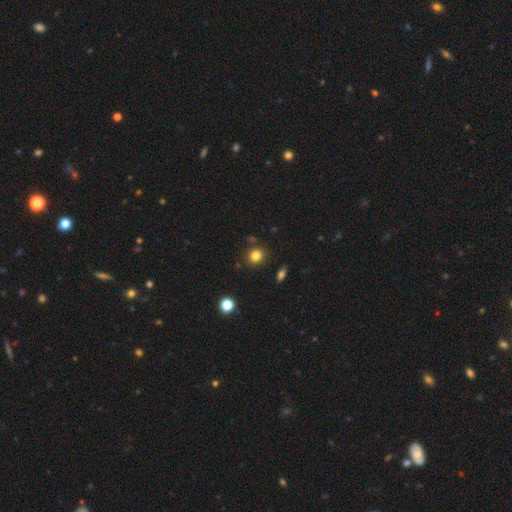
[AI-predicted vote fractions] Q: Smooth or featured?
A: smooth (81%); runner-up: star or artifact (13%)
Q: How rounded?
A: round (79%); runner-up: in between (20%)
Q: Merging?
A: none (84%); runner-up: minor disturbance (9%)